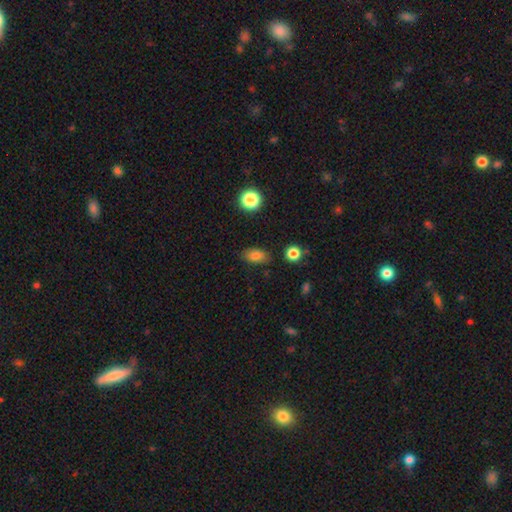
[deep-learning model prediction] This is clearly a smooth galaxy (82%). How rounded: clearly in between (87%). Merging: clearly none (82%).